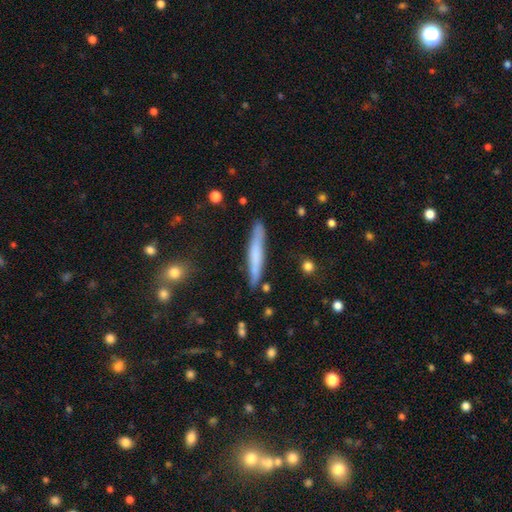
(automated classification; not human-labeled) Q: Smooth or featured?
A: smooth (62%); runner-up: featured or disk (32%)
Q: How rounded?
A: cigar-shaped (95%); runner-up: in between (4%)
Q: Merging?
A: none (85%); runner-up: minor disturbance (11%)